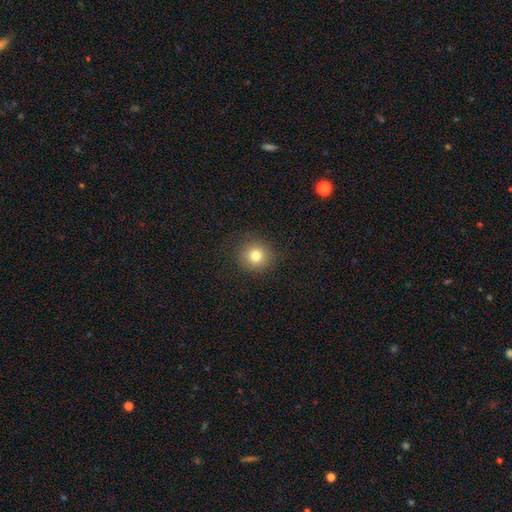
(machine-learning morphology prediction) Smooth or featured?
  - smooth: 79% *
  - star or artifact: 13%
  - featured or disk: 8%
How rounded?
  - round: 92% *
  - in between: 7%
  - cigar-shaped: 1%
Merging?
  - none: 90% *
  - minor disturbance: 6%
  - major disturbance: 2%
  - merger: 1%